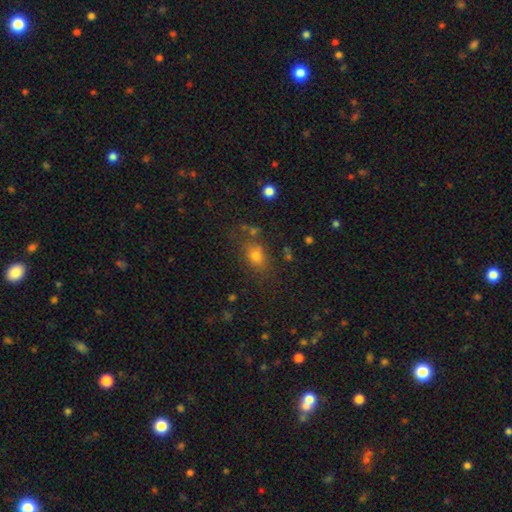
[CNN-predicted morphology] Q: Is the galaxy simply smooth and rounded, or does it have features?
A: smooth — 72%.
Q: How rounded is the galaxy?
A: in between — 64%.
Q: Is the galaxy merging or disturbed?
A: none — 68%.